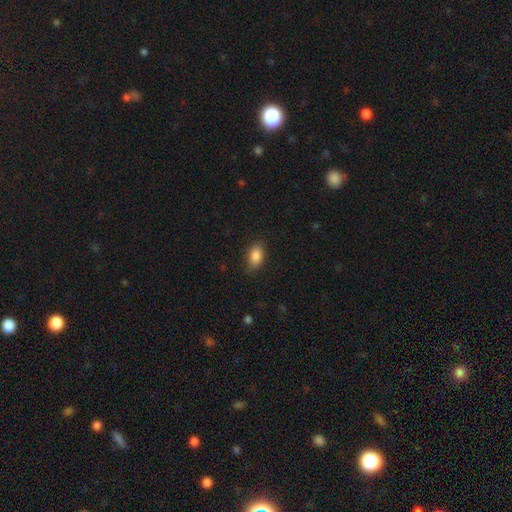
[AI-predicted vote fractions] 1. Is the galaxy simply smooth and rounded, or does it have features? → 87% smooth, 8% star or artifact, 5% featured or disk.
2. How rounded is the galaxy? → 87% in between, 11% round, 2% cigar-shaped.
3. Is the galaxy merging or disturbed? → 81% none, 14% minor disturbance, 3% major disturbance, 1% merger.